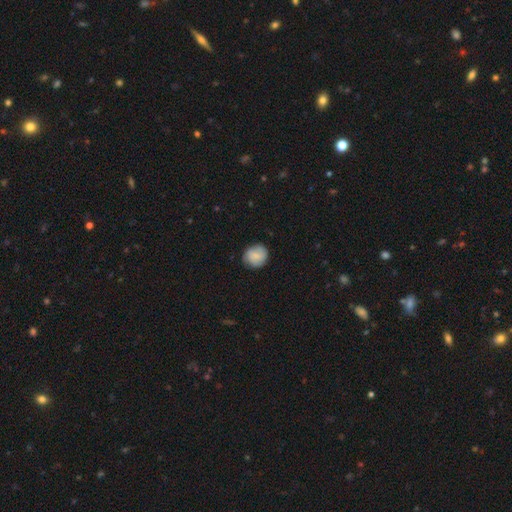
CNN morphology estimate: This is clearly a smooth galaxy (80%). How rounded: clearly round (87%). Merging: clearly none (81%).